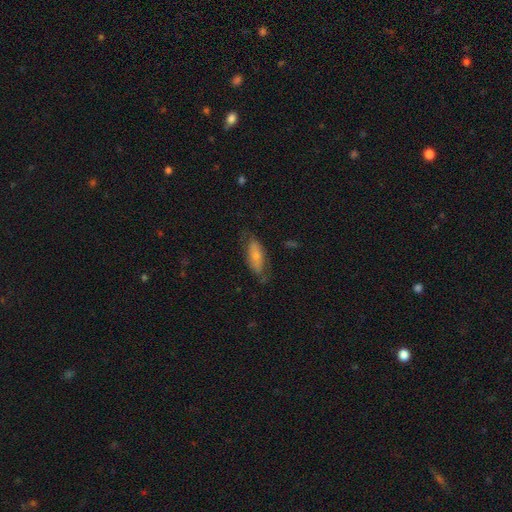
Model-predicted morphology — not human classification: This is likely a smooth galaxy (61%). How rounded: clearly in between (82%). Merging: possibly none (59%).